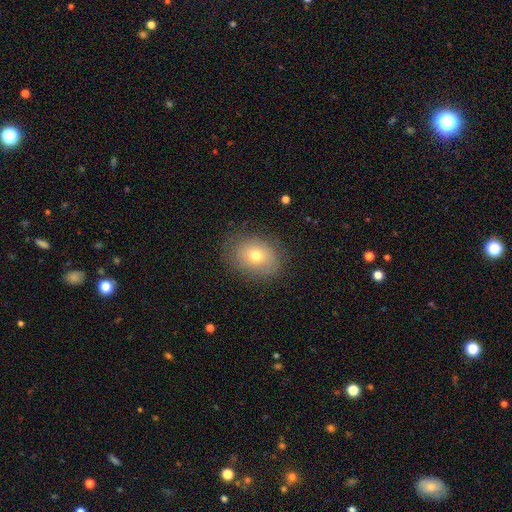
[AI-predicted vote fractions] This appears to be a smooth galaxy with no disk features (71%) that is in between round and cigar-shaped (57%). Merging: none (81%).